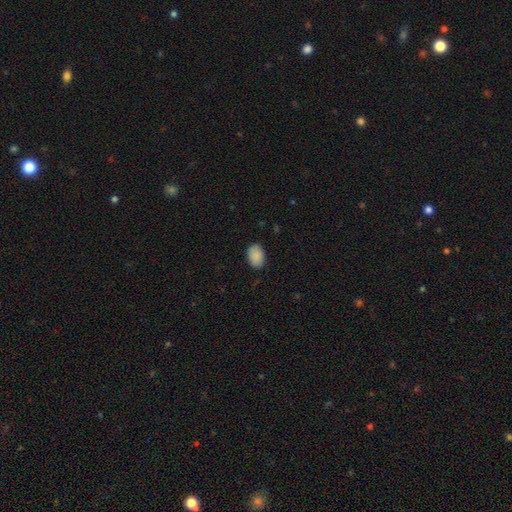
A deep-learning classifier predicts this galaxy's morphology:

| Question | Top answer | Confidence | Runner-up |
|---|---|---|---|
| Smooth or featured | smooth | 90% | star or artifact (7%) |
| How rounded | in between | 83% | round (16%) |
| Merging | none | 85% | minor disturbance (12%) |